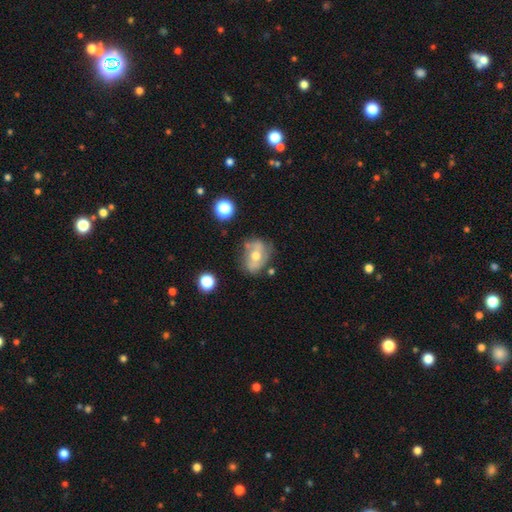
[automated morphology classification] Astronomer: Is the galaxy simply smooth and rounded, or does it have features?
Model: featured or disk — 55% (runner-up: smooth, 36%).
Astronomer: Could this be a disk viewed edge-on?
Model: no — 94%.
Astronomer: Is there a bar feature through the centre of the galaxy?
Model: no — 58%.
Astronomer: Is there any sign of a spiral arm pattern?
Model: yes — 51% (runner-up: no, 49%).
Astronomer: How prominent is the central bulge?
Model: moderate — 72%.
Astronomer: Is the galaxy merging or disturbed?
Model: none — 54%.